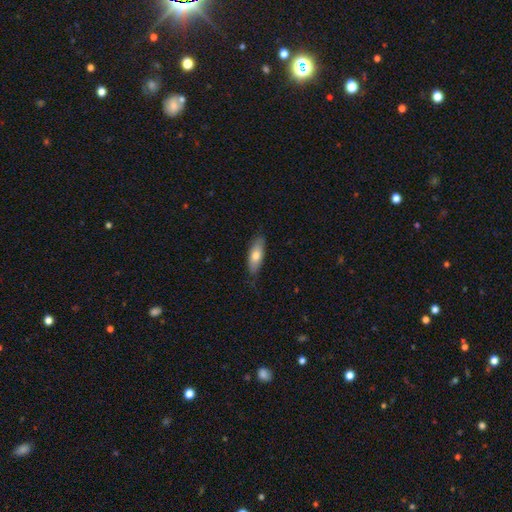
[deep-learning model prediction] Smooth or featured? Predicted: smooth (p=0.71). How rounded? Predicted: in between (p=0.67). Merging? Predicted: none (p=0.78).